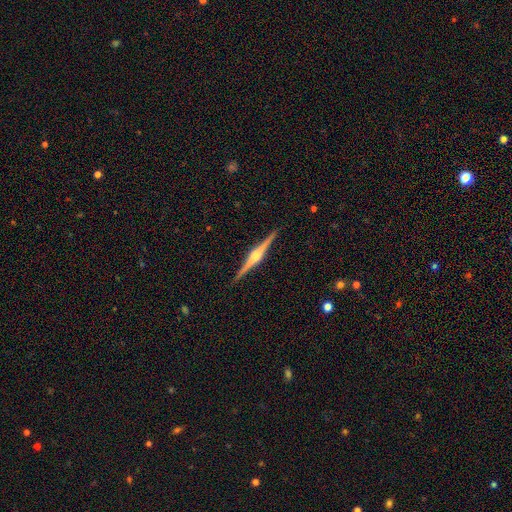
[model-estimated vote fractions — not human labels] Smooth or featured?
  - featured or disk: 87% *
  - smooth: 8%
  - star or artifact: 5%
Edge-on disk?
  - yes: 99% *
  - no: 1%
Edge-on bulge?
  - rounded: 91% *
  - boxy: 6%
  - none: 3%
Merging?
  - none: 92% *
  - minor disturbance: 6%
  - major disturbance: 1%
  - merger: 1%